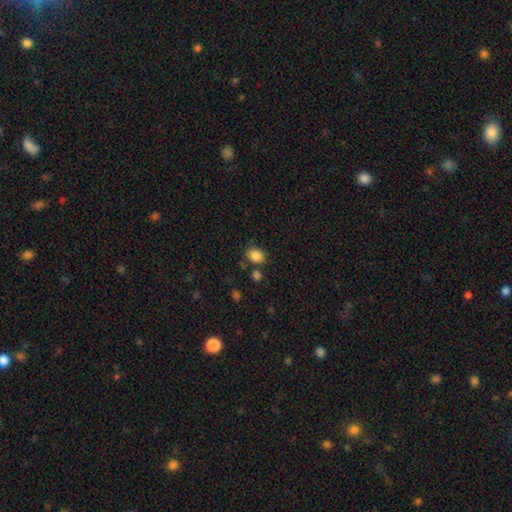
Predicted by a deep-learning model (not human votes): smooth-or-featured: smooth: 86% | star or artifact: 10% | featured or disk: 4%
  how-rounded: in between: 63% | round: 36% | cigar-shaped: 1%
  merging: none: 71% | minor disturbance: 14% | merger: 10% | major disturbance: 5%